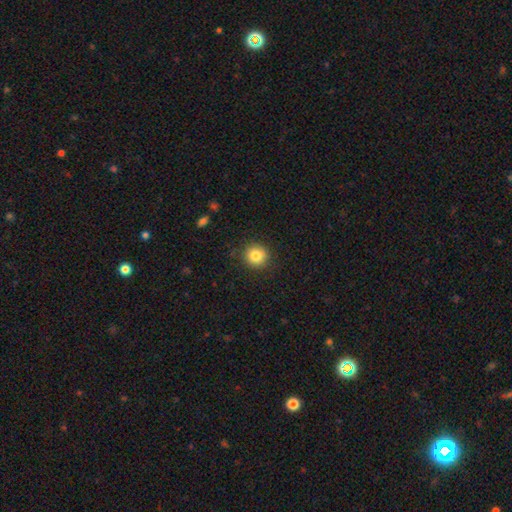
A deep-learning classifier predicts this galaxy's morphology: This appears to be a smooth galaxy with no disk features (82%) that is round (93%). Merging: none (90%).